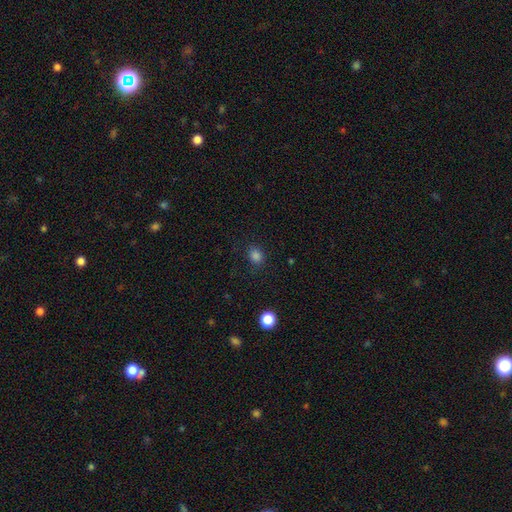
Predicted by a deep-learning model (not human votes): This is clearly a smooth galaxy (83%). How rounded: likely round (64%). Merging: clearly none (85%).